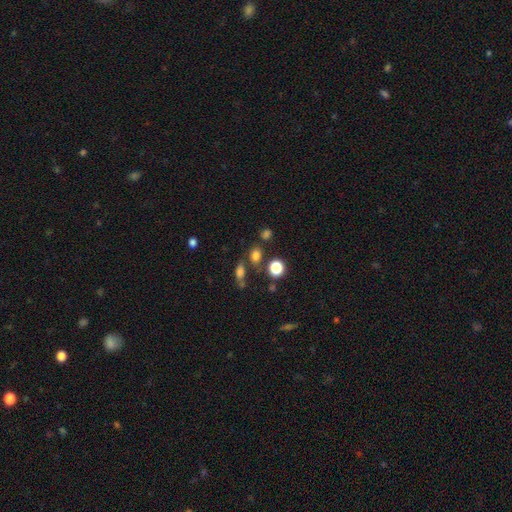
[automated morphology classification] This appears to be a smooth galaxy with no disk features (74%) that is in between round and cigar-shaped (55%). Merging: none (67%).